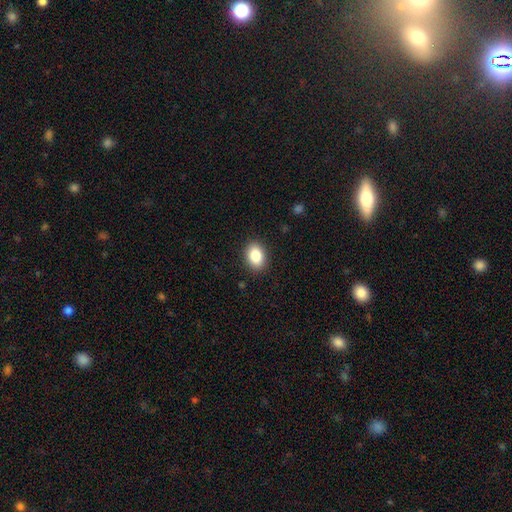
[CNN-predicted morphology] smooth-or-featured: smooth: 86% | star or artifact: 8% | featured or disk: 5%
  how-rounded: in between: 76% | round: 23% | cigar-shaped: 1%
  merging: none: 89% | minor disturbance: 8% | major disturbance: 2% | merger: 1%